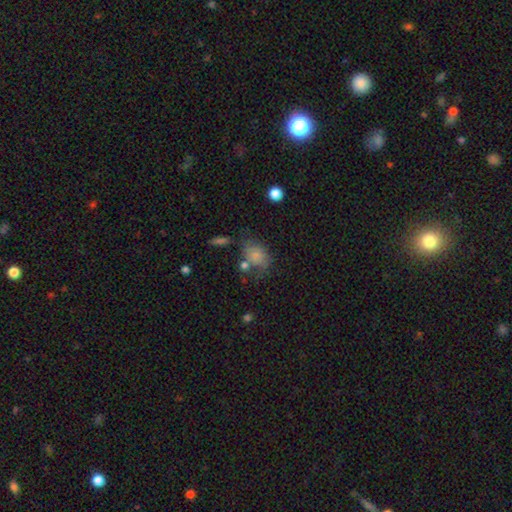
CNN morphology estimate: A smooth galaxy with no disk features (77%) that is in between round and cigar-shaped (72%).

Vote fractions:
- Smooth or featured? smooth: 77% / featured or disk: 13% / star or artifact: 9%
- How rounded? in between: 72% / round: 26% / cigar-shaped: 2%
- Merging? none: 46% / minor disturbance: 25% / merger: 16% / major disturbance: 13%